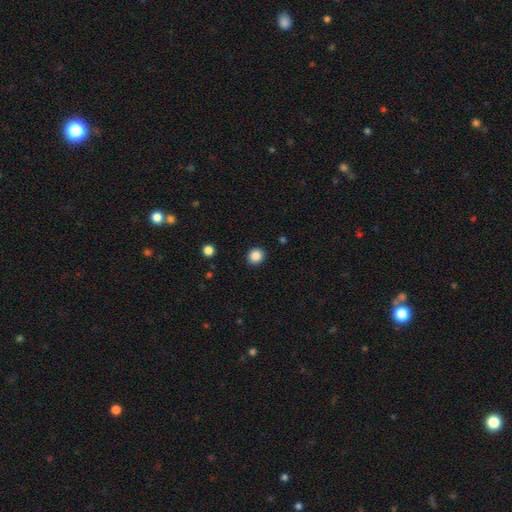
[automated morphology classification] Smooth or featured: smooth — 87% (star or artifact — 10%)
How rounded: round — 82% (in between — 17%)
Merging: none — 91% (minor disturbance — 6%)